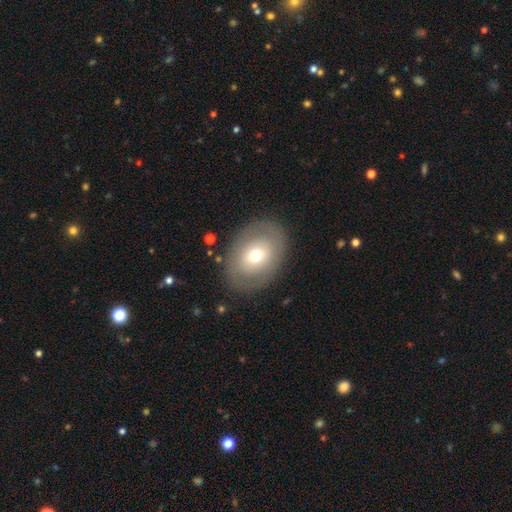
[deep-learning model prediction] This is likely a smooth galaxy (60%). How rounded: likely in between (71%). Merging: clearly none (84%).